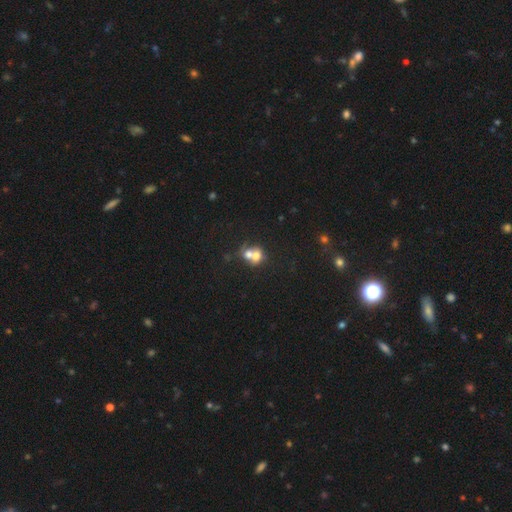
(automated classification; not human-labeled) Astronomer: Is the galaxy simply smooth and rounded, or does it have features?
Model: smooth — 65%.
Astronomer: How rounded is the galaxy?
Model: round — 64%.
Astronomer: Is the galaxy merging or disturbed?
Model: merger — 67%.